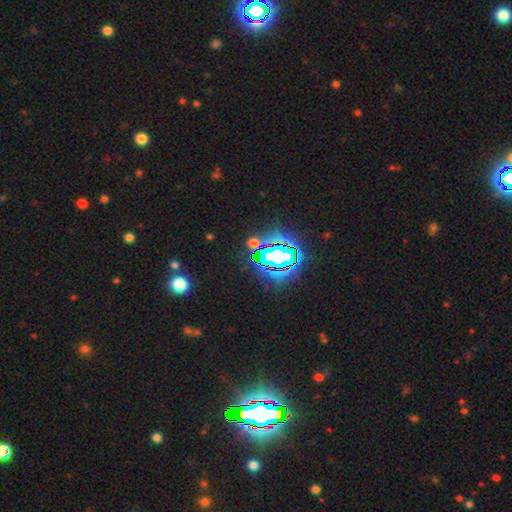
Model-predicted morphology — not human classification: This is clearly a star or artifact rather than a galaxy (81%).